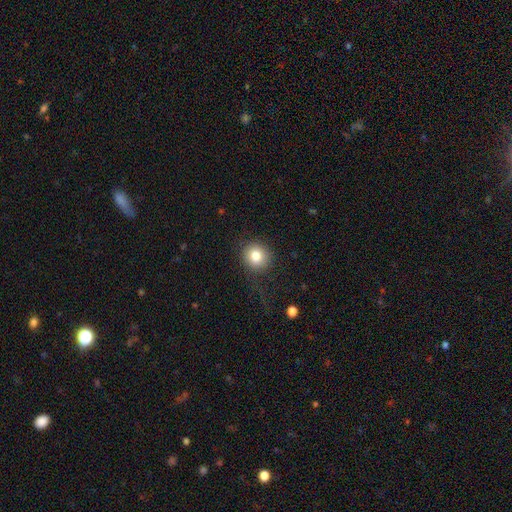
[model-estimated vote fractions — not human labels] Overall: smooth (81%). How rounded: round (89%). Merging: none (85%).